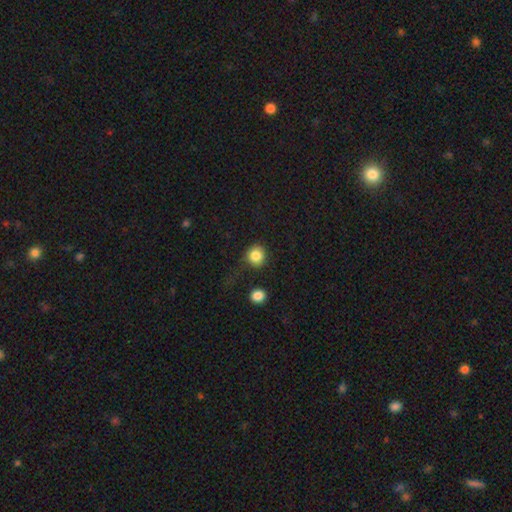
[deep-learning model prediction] smooth 85%, star or artifact 10%, featured or disk 6%. Down the decision tree: how rounded — round (89%); merging — none (74%).